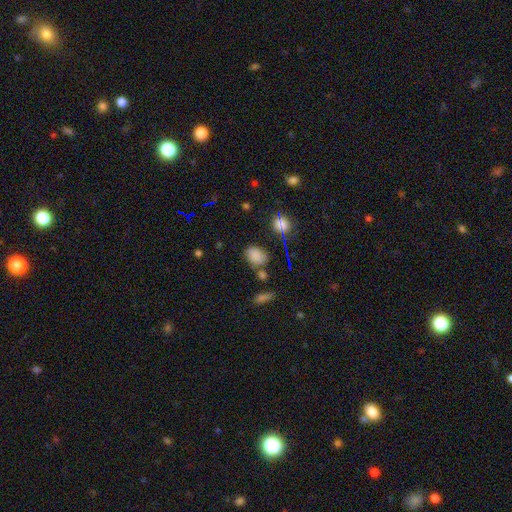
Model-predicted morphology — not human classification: The model was most divided on "how rounded": in between: 72%, round: 27%, cigar-shaped: 2%. More confident: smooth or featured — smooth (75%); merging — none (65%).